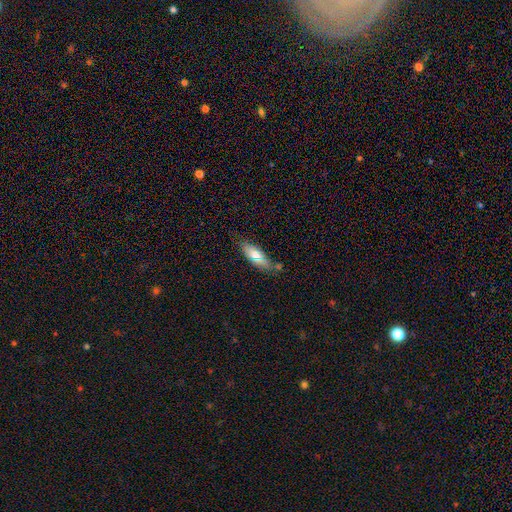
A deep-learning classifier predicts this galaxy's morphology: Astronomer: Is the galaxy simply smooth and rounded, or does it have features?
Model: smooth — 68%.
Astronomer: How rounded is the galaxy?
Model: in between — 66%.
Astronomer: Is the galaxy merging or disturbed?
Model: none — 71%.